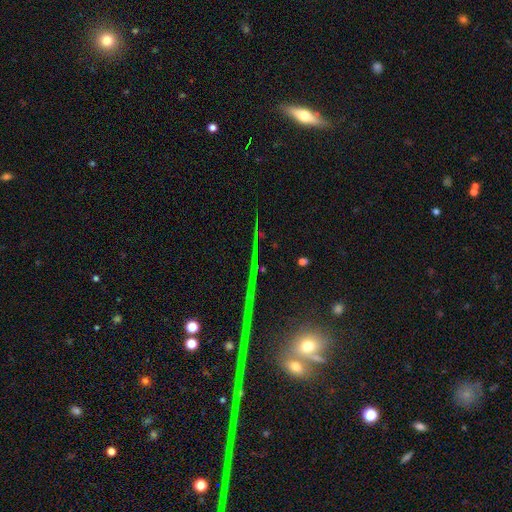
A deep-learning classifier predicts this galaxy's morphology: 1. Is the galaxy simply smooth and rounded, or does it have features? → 58% star or artifact, 27% featured or disk, 16% smooth.